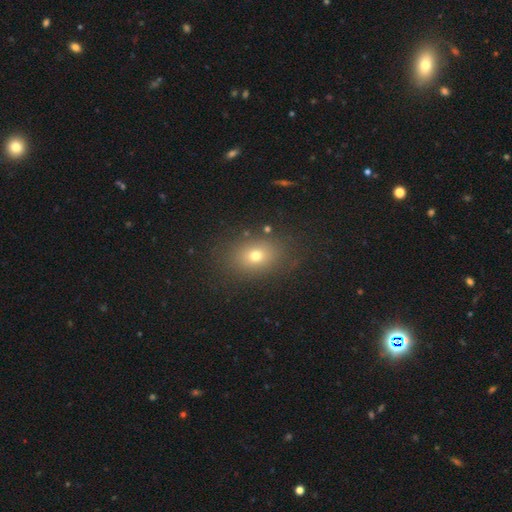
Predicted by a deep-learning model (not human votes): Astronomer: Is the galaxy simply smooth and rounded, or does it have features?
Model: smooth — 70%.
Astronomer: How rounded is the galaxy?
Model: in between — 66%.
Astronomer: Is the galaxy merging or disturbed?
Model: none — 83%.